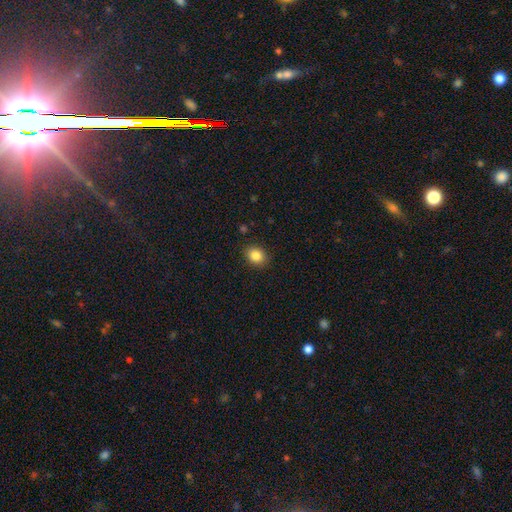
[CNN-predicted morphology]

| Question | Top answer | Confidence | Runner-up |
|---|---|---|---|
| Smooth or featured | smooth | 85% | star or artifact (9%) |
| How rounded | in between | 50% | round (49%) |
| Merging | none | 88% | minor disturbance (8%) |